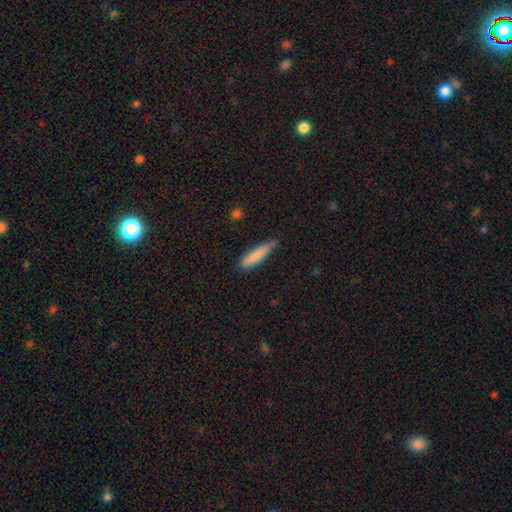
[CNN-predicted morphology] Overall: smooth (82%). How rounded: cigar-shaped (78%). Merging: none (67%; minor disturbance 27%).